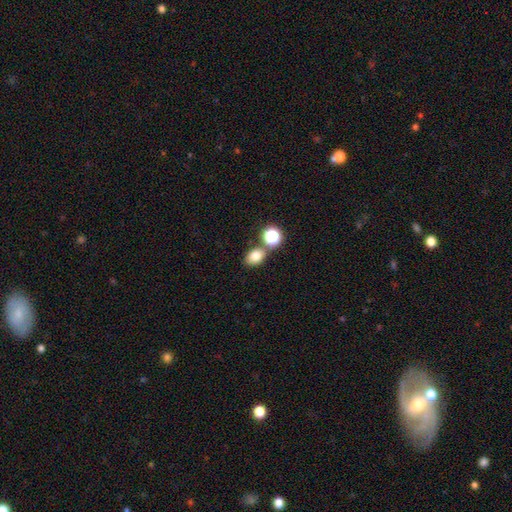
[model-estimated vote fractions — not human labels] This is likely a smooth galaxy (78%). How rounded: likely in between (68%). Merging: likely none (66%).